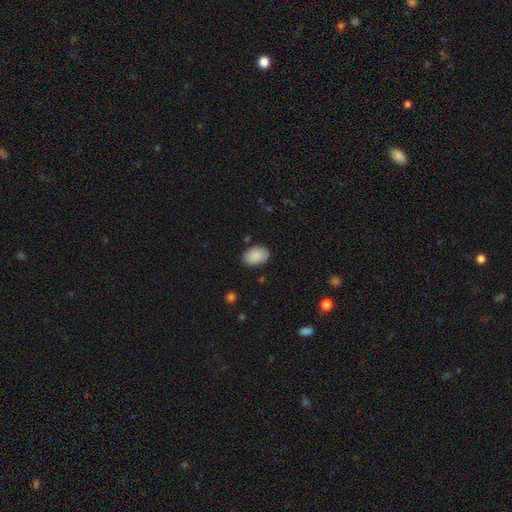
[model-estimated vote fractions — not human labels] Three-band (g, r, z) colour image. It shows a smooth galaxy with no disk features (89%) that is in between round and cigar-shaped (86%). Merging: none (82%).